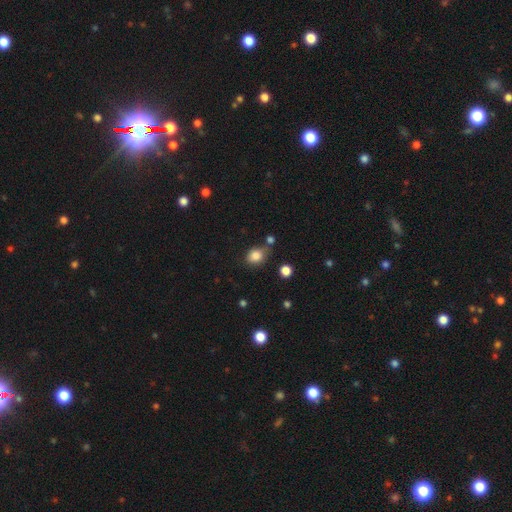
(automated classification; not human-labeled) This is clearly a smooth galaxy (83%). How rounded: possibly round (52%). Merging: likely none (66%).